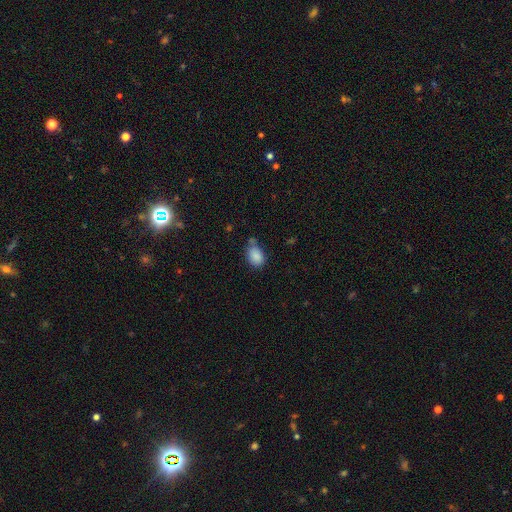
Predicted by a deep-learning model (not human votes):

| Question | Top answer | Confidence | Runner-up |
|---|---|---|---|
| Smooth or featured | smooth | 87% | star or artifact (8%) |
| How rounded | in between | 79% | round (20%) |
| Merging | none | 61% | minor disturbance (24%) |